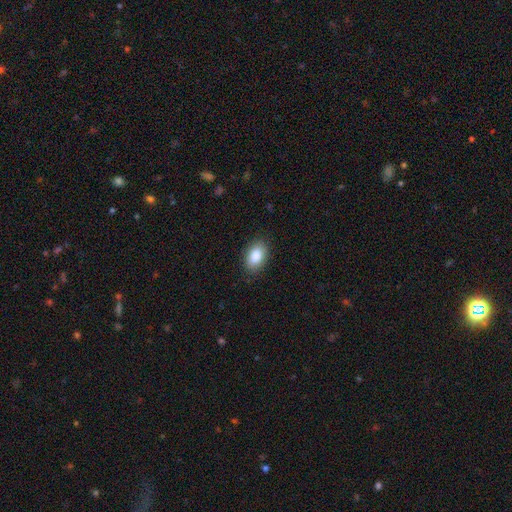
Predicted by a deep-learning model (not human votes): Overall: smooth (88%). How rounded: in between (90%). Merging: none (87%).